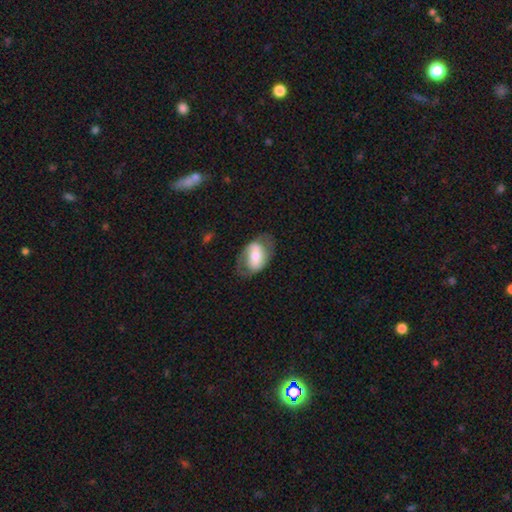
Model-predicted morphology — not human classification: Q: Smooth or featured?
A: featured or disk (54%); runner-up: smooth (39%)
Q: Edge-on disk?
A: no (94%); runner-up: yes (6%)
Q: Bar?
A: strong (36%); runner-up: weak (34%)
Q: Spiral arms?
A: yes (61%); runner-up: no (39%)
Q: Bulge size?
A: moderate (52%); runner-up: small (26%)
Q: Merging?
A: none (62%); runner-up: minor disturbance (22%)